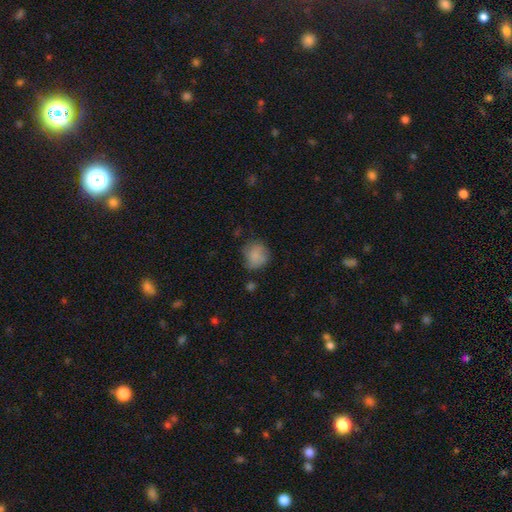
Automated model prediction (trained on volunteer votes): A smooth galaxy with no disk features (78%) that is round (78%). Merging: none (62%).